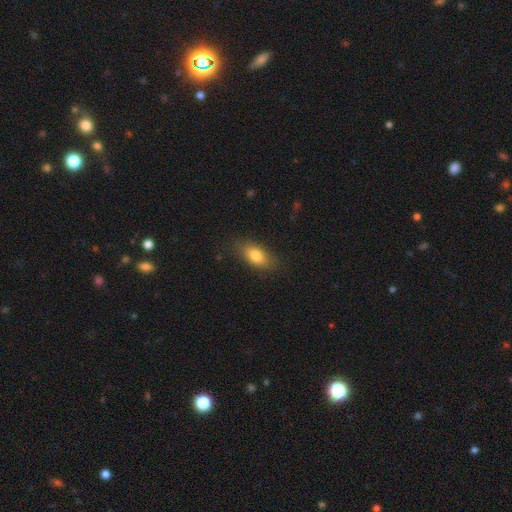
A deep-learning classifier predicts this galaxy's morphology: Smooth or featured?
  - smooth: 80% *
  - featured or disk: 12%
  - star or artifact: 8%
How rounded?
  - in between: 84% *
  - cigar-shaped: 9%
  - round: 7%
Merging?
  - none: 83% *
  - minor disturbance: 13%
  - major disturbance: 3%
  - merger: 1%